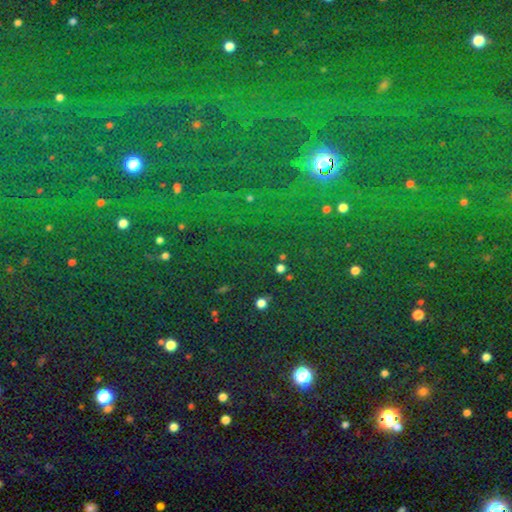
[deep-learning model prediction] Smooth or featured?
  - star or artifact: 81% *
  - smooth: 12%
  - featured or disk: 7%